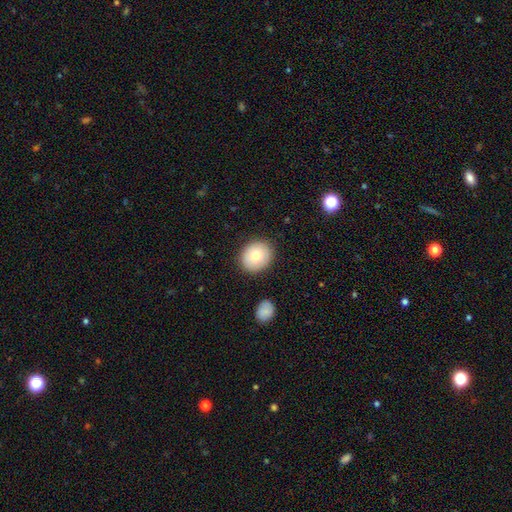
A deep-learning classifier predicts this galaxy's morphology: This is likely a smooth galaxy (77%). How rounded: likely round (72%). Merging: clearly none (87%).